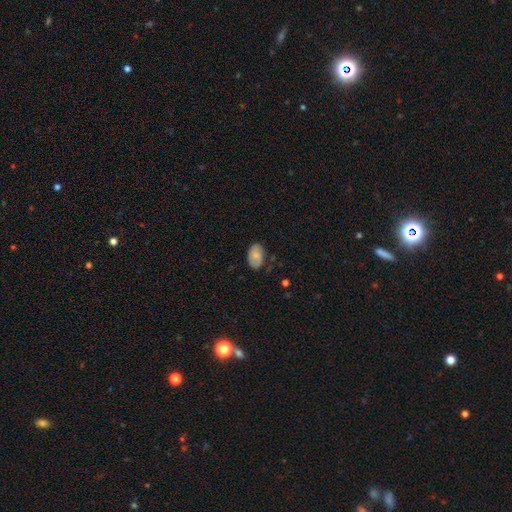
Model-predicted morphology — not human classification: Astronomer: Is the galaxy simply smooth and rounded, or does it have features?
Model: smooth — 66%.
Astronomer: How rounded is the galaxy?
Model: in between — 90%.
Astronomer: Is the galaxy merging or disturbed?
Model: none — 73%.